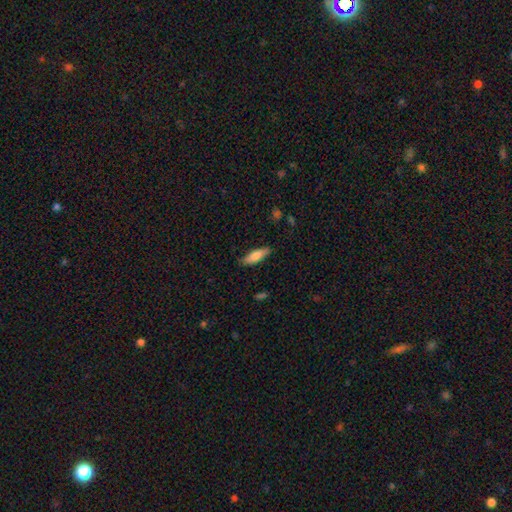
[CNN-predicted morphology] Smooth or featured?
  - smooth: 76% *
  - featured or disk: 18%
  - star or artifact: 6%
How rounded?
  - cigar-shaped: 52% *
  - in between: 46%
  - round: 2%
Merging?
  - none: 84% *
  - minor disturbance: 12%
  - major disturbance: 2%
  - merger: 1%